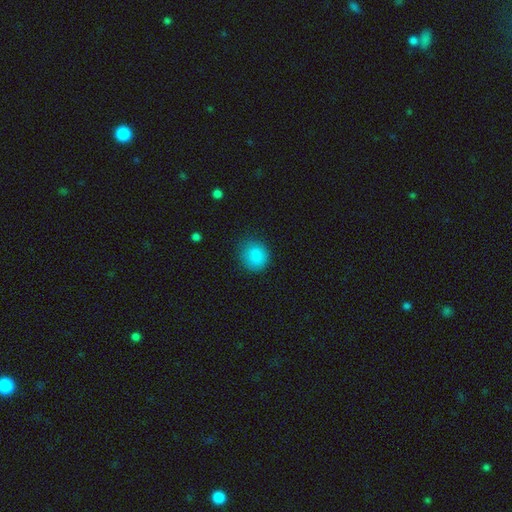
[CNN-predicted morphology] Smooth or featured: smooth — 86% (star or artifact — 9%)
How rounded: round — 80% (in between — 19%)
Merging: none — 78% (minor disturbance — 16%)